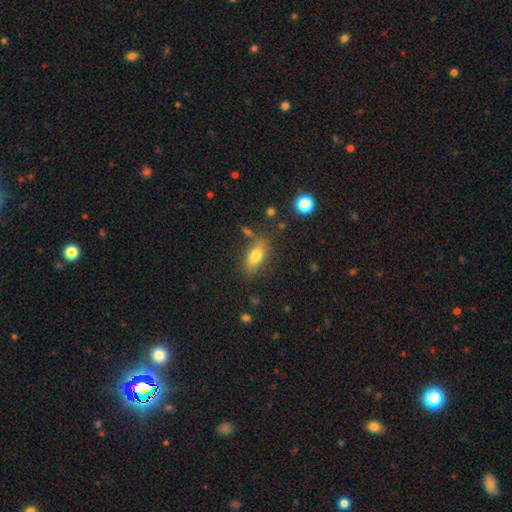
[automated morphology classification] Smooth or featured? Predicted: smooth (p=0.76). How rounded? Predicted: in between (p=0.84). Merging? Predicted: none (p=0.75).